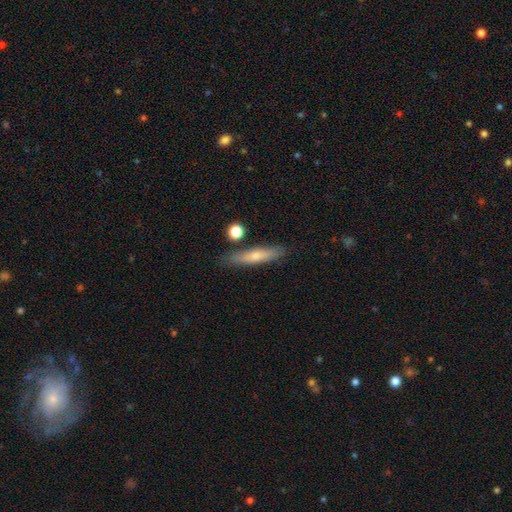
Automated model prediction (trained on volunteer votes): This appears to be a smooth galaxy with no disk features (58%) that is cigar-shaped (87%). Merging: none (82%).